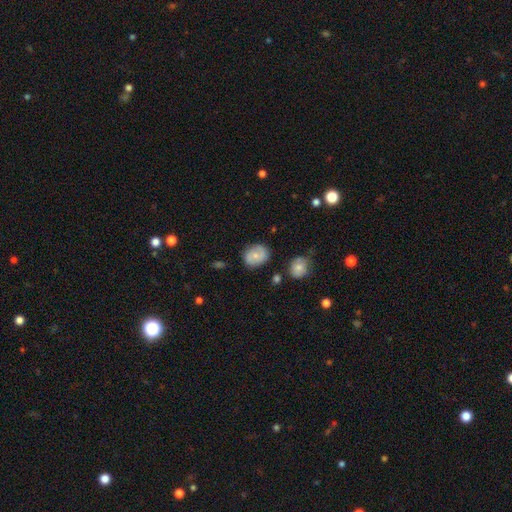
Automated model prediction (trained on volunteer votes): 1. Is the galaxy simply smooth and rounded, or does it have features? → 56% smooth, 36% featured or disk, 8% star or artifact.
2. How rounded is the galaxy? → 54% round, 45% in between, 1% cigar-shaped.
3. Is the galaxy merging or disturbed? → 75% none, 18% minor disturbance, 4% major disturbance, 3% merger.